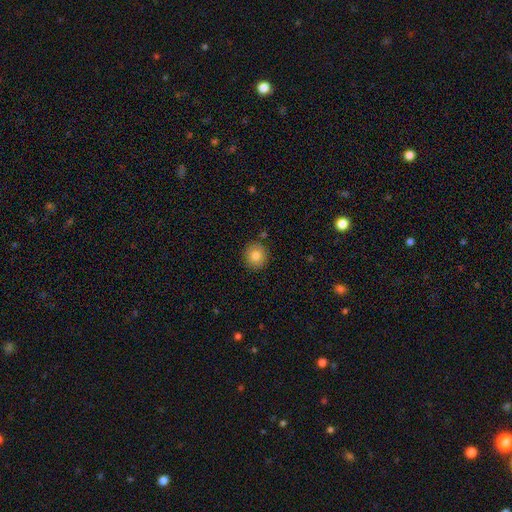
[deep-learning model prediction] smooth-or-featured: smooth: 83% | star or artifact: 9% | featured or disk: 8%
  how-rounded: round: 88% | in between: 11% | cigar-shaped: 1%
  merging: none: 88% | minor disturbance: 8% | merger: 2% | major disturbance: 2%